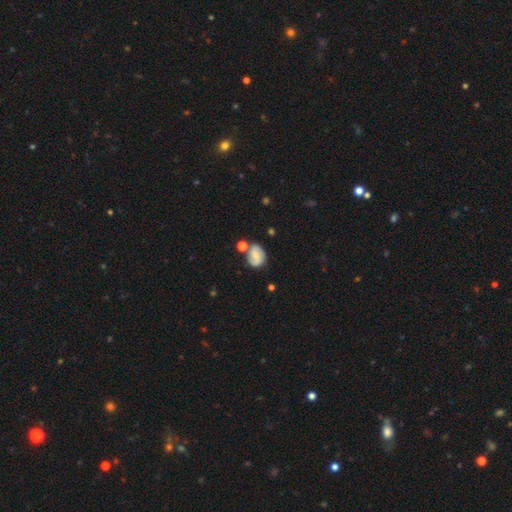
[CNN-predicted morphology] Smooth or featured? Predicted: featured or disk (p=0.54). Edge-on disk? Predicted: no (p=0.97). Bar? Predicted: no (p=0.46). Spiral arms? Predicted: yes (p=0.87). Bulge size? Predicted: small (p=0.48). Merging? Predicted: none (p=0.61).